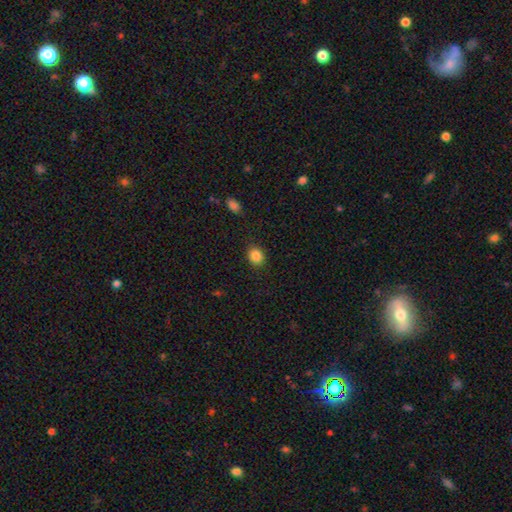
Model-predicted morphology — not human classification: smooth 86%, star or artifact 10%, featured or disk 4%. Down the decision tree: how rounded — round (60%); merging — none (86%).